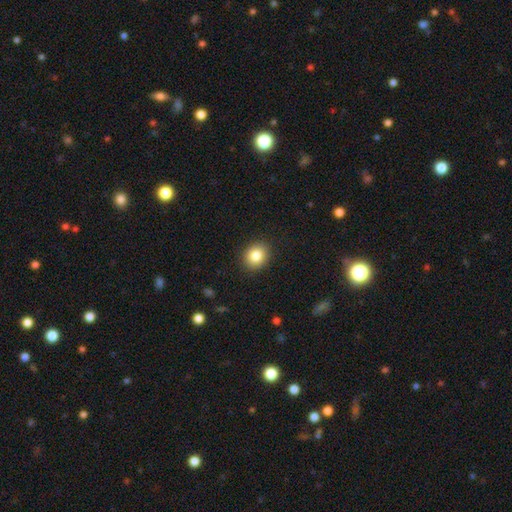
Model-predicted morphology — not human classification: This is clearly a smooth galaxy (83%). How rounded: likely round (66%). Merging: clearly none (90%).